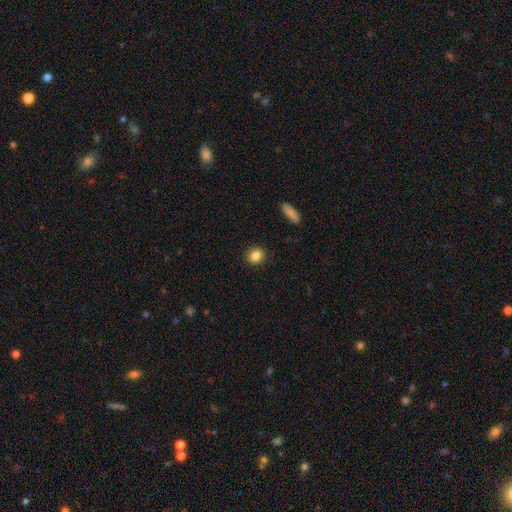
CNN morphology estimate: smooth_or_featured: smooth (p=0.85) [alt: star or artifact p=0.10]
how_rounded: round (p=0.78) [alt: in between p=0.20]
merging: none (p=0.91) [alt: minor disturbance p=0.06]